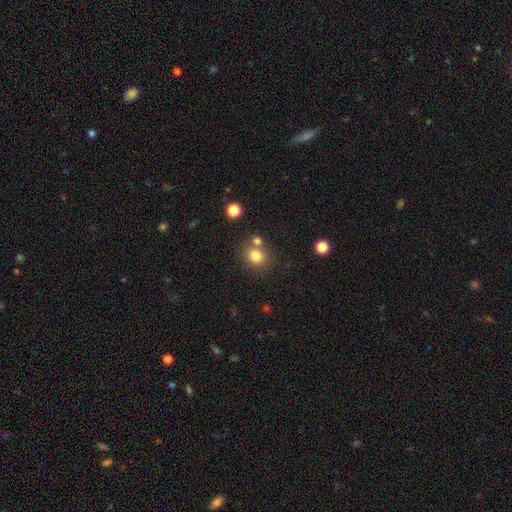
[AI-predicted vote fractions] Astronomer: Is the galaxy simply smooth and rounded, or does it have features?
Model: smooth — 80%.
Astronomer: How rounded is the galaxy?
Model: round — 80%.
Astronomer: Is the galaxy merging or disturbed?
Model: none — 67%.